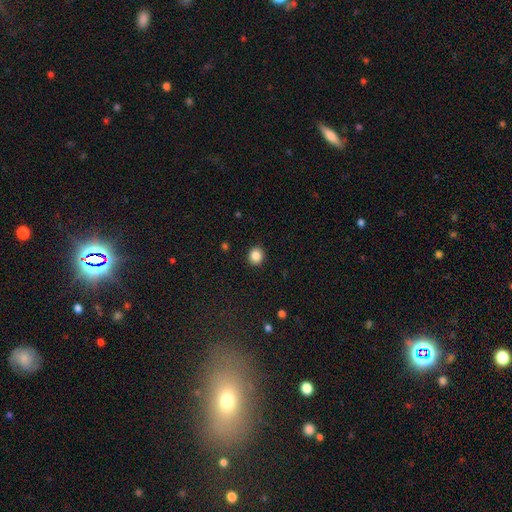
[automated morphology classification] Smooth or featured?
  - smooth: 86% *
  - star or artifact: 10%
  - featured or disk: 4%
How rounded?
  - round: 83% *
  - in between: 16%
  - cigar-shaped: 1%
Merging?
  - none: 92% *
  - minor disturbance: 5%
  - major disturbance: 2%
  - merger: 1%